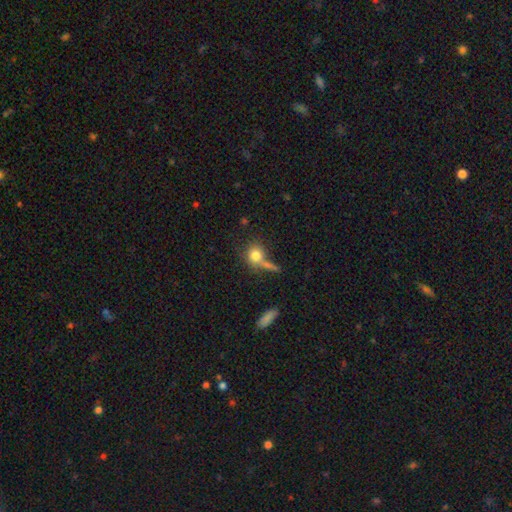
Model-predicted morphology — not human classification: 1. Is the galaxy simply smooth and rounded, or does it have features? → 77% smooth, 13% featured or disk, 10% star or artifact.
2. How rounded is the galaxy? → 76% round, 20% in between, 3% cigar-shaped.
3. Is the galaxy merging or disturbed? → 50% none, 25% merger, 14% minor disturbance, 10% major disturbance.